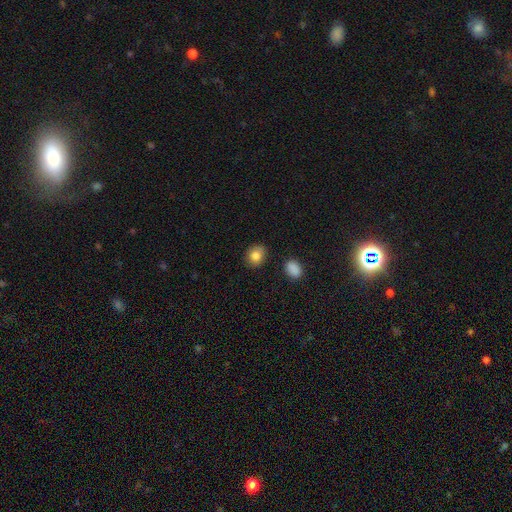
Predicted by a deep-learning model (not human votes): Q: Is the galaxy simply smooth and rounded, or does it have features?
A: smooth — 84%.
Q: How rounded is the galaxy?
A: round — 62%.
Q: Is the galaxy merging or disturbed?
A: none — 84%.